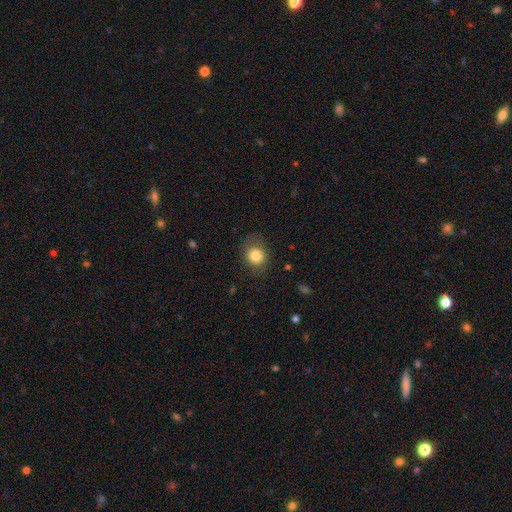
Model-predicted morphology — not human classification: Smooth or featured?
  - smooth: 82% *
  - star or artifact: 10%
  - featured or disk: 9%
How rounded?
  - round: 68% *
  - in between: 31%
  - cigar-shaped: 1%
Merging?
  - none: 75% *
  - minor disturbance: 16%
  - major disturbance: 7%
  - merger: 1%